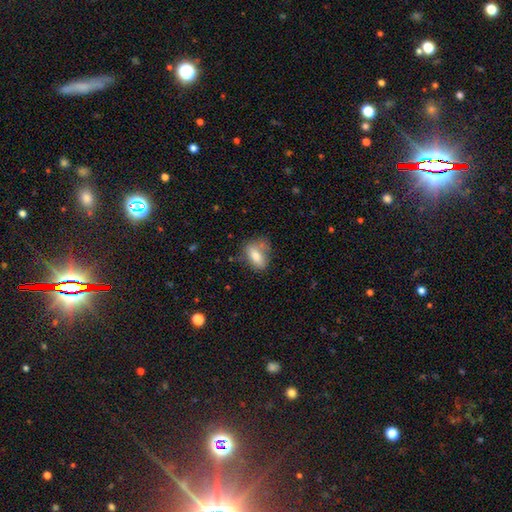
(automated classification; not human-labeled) The model was most divided on "merging": none: 56%, minor disturbance: 28%, major disturbance: 12%, merger: 5%. More confident: how rounded — in between (83%); smooth or featured — smooth (75%).